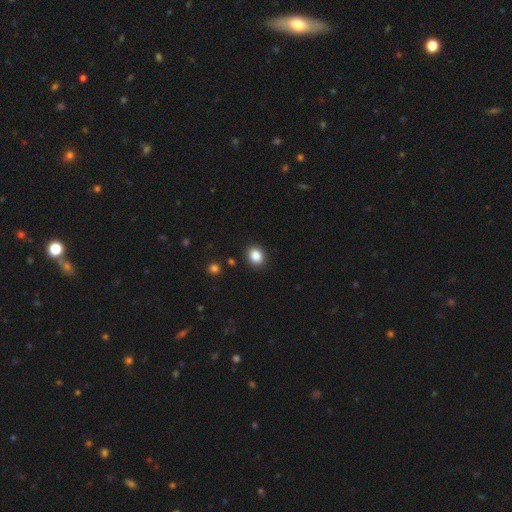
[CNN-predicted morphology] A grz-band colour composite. It shows a smooth galaxy with no disk features (87%) that is round (61%). Merging: none (89%).